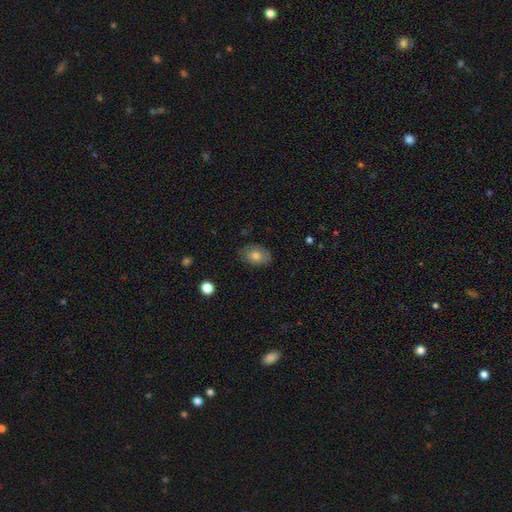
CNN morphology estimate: smooth-or-featured: smooth: 73% | featured or disk: 19% | star or artifact: 8%
  how-rounded: in between: 85% | round: 14% | cigar-shaped: 1%
  merging: none: 78% | minor disturbance: 17% | major disturbance: 4% | merger: 1%